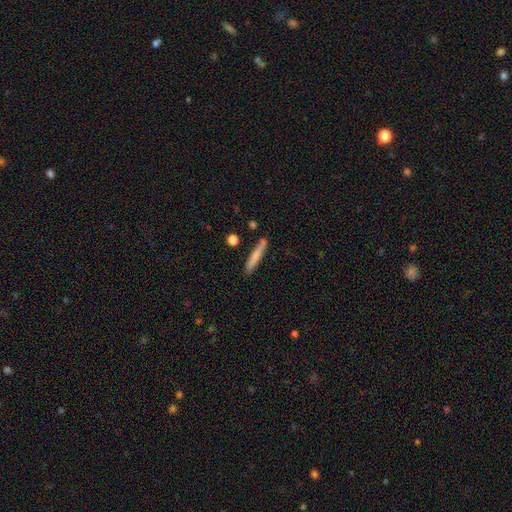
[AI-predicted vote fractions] A smooth galaxy with no disk features (67%) that is cigar-shaped (94%). Merging: none (79%).